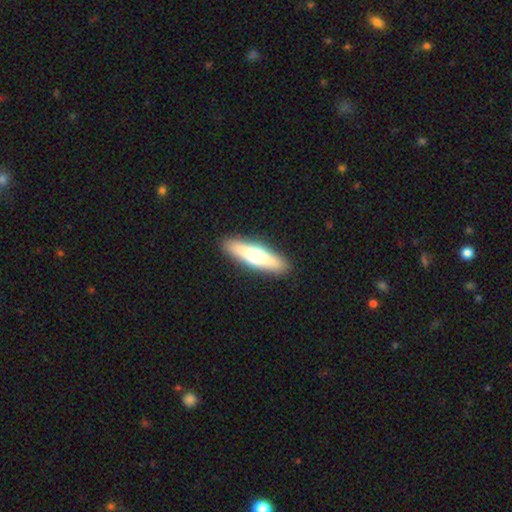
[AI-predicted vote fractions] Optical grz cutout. It shows a smooth galaxy with no disk features (54%) that is cigar-shaped (70%). Merging: none (90%).